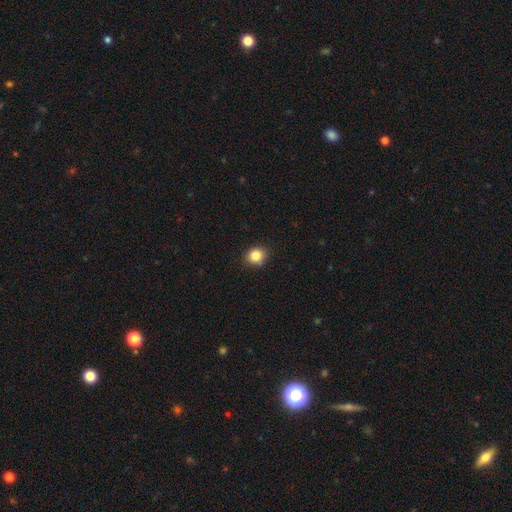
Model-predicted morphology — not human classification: Smooth or featured? smooth (86%)
How rounded? round (76%)
Merging? none (87%)